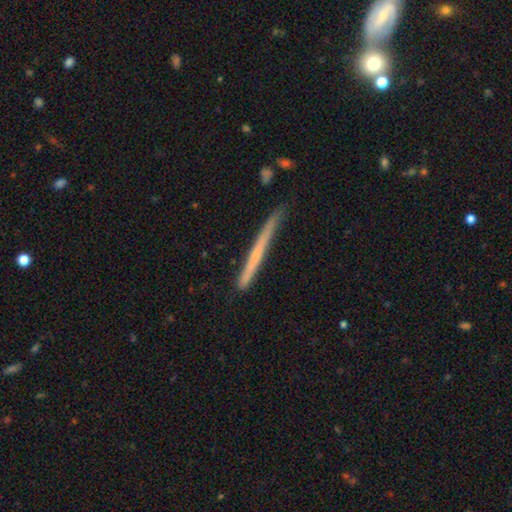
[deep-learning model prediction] Morphology: type=smooth (48%); merging=none (79%).